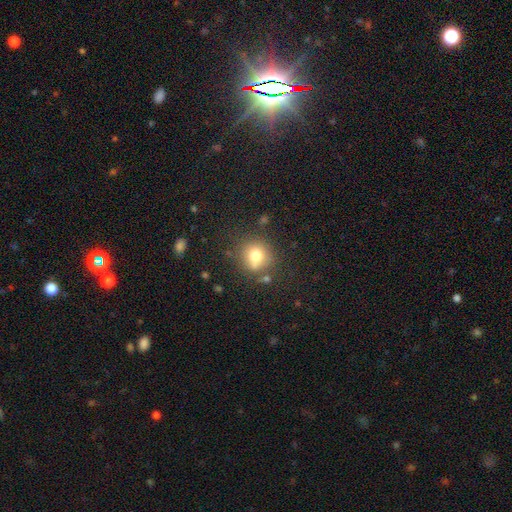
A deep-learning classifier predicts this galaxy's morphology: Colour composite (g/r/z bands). It shows a smooth galaxy with no disk features (75%) that is round (85%). Merging: none (71%).